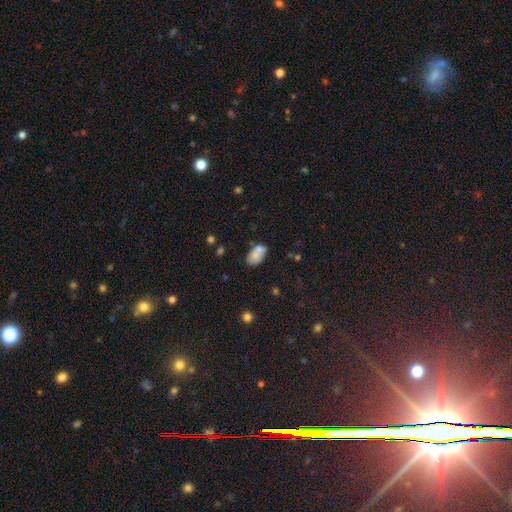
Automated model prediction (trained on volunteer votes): smooth-or-featured: smooth: 75% | featured or disk: 15% | star or artifact: 10%
  how-rounded: in between: 88% | round: 10% | cigar-shaped: 2%
  merging: none: 49% | merger: 25% | minor disturbance: 19% | major disturbance: 7%